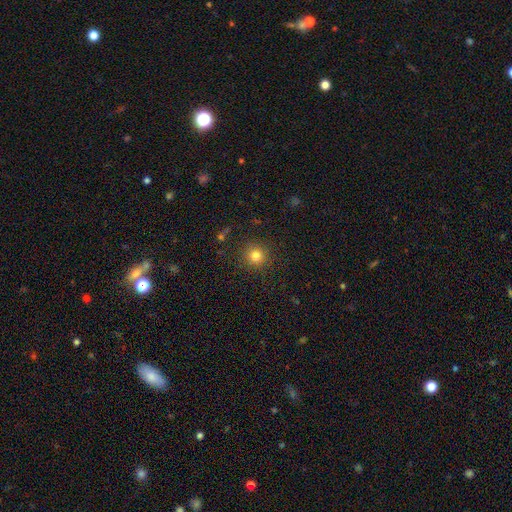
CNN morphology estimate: Smooth or featured?
  - smooth: 81% *
  - star or artifact: 14%
  - featured or disk: 6%
How rounded?
  - round: 94% *
  - in between: 5%
  - cigar-shaped: 1%
Merging?
  - none: 89% *
  - minor disturbance: 7%
  - major disturbance: 3%
  - merger: 1%